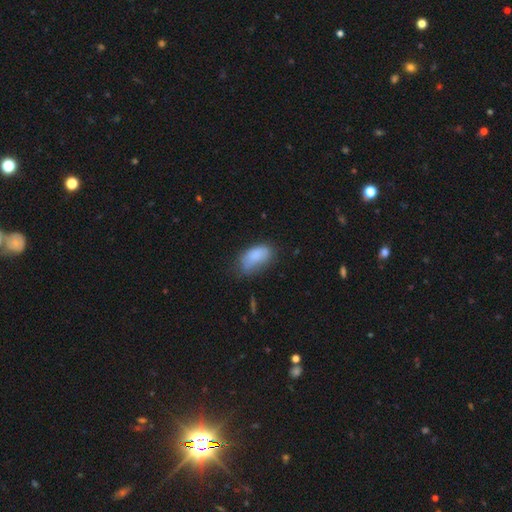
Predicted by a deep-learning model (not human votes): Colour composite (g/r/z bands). It shows a smooth galaxy with no disk features (82%) that is in between round and cigar-shaped (93%). Merging: none (47%).